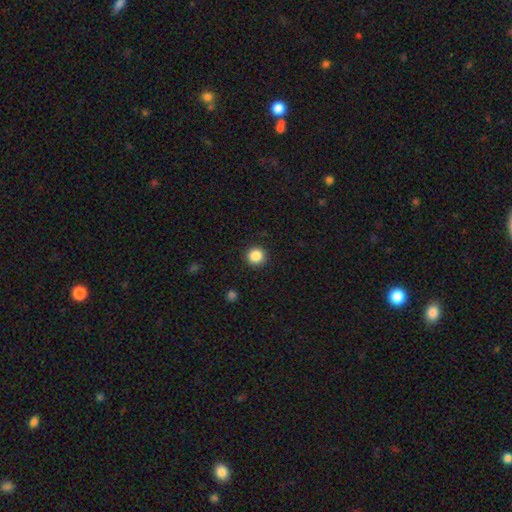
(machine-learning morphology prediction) Smooth or featured? smooth (87%)
How rounded? round (95%)
Merging? none (92%)